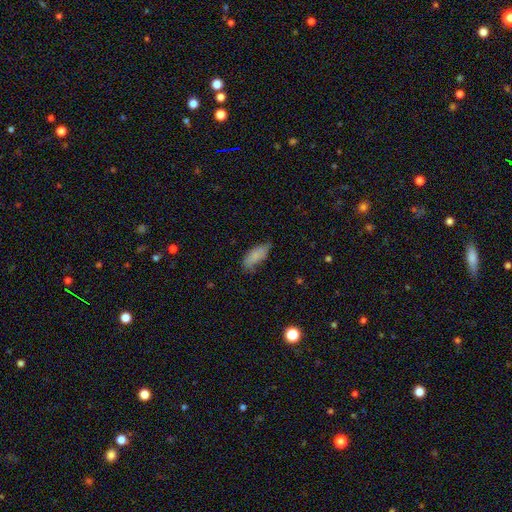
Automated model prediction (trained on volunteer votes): A smooth galaxy with no disk features (82%) that is in between round and cigar-shaped (77%). Merging: none (63%).